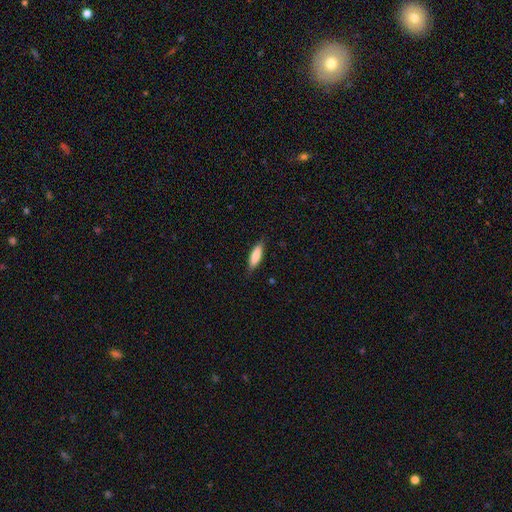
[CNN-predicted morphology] Smooth or featured: smooth — 79% (featured or disk — 15%)
How rounded: cigar-shaped — 51% (in between — 47%)
Merging: none — 82% (minor disturbance — 15%)